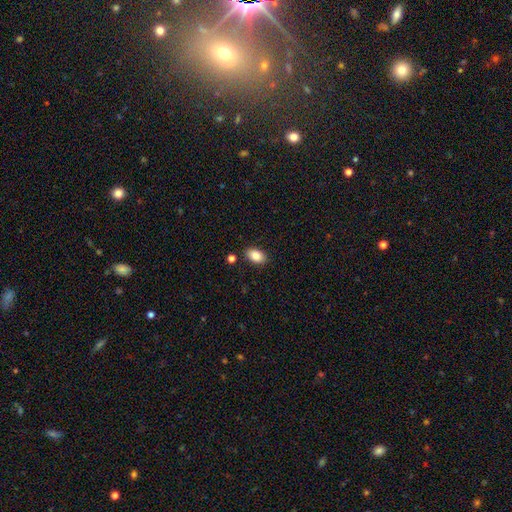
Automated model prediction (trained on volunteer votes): The model was most divided on "merging": none: 86%, minor disturbance: 9%, merger: 3%, major disturbance: 2%. More confident: how rounded — in between (89%); smooth or featured — smooth (85%).